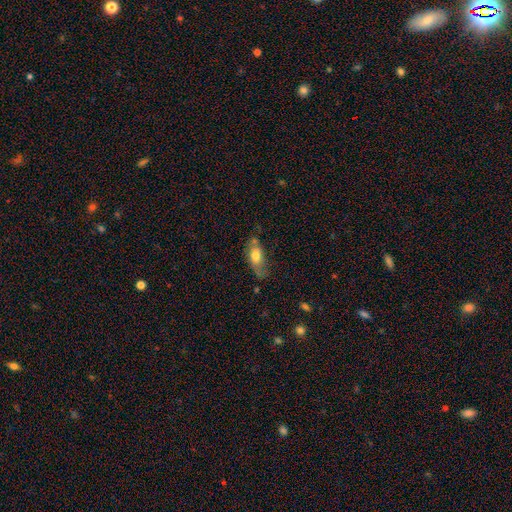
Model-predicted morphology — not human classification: Smooth or featured: smooth — 67% (featured or disk — 26%)
How rounded: in between — 82% (cigar-shaped — 13%)
Merging: none — 51% (minor disturbance — 30%)